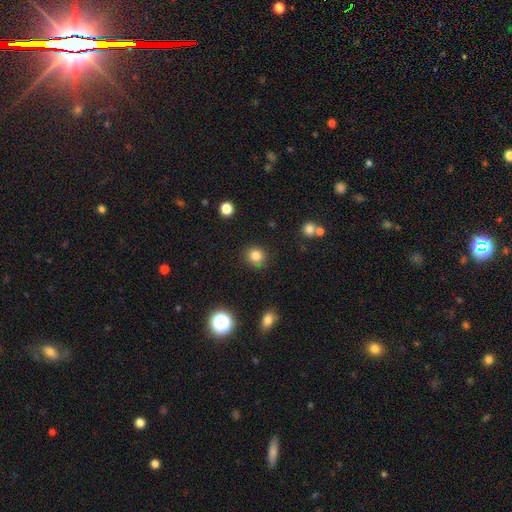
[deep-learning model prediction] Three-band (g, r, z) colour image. It shows a smooth galaxy with no disk features (82%) that is round (83%). Merging: none (88%).